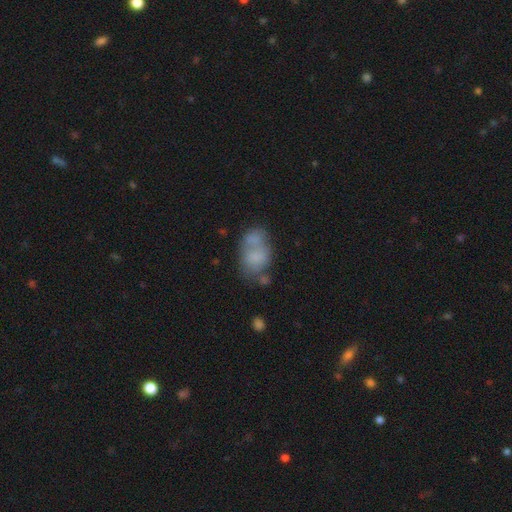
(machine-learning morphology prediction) Smooth or featured? Predicted: smooth (p=0.66). How rounded? Predicted: in between (p=0.80). Merging? Predicted: merger (p=0.42).